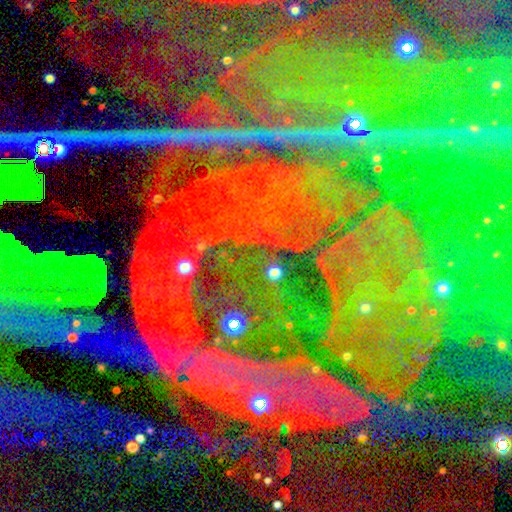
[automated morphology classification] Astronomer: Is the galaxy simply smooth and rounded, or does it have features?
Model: star or artifact — 89%.